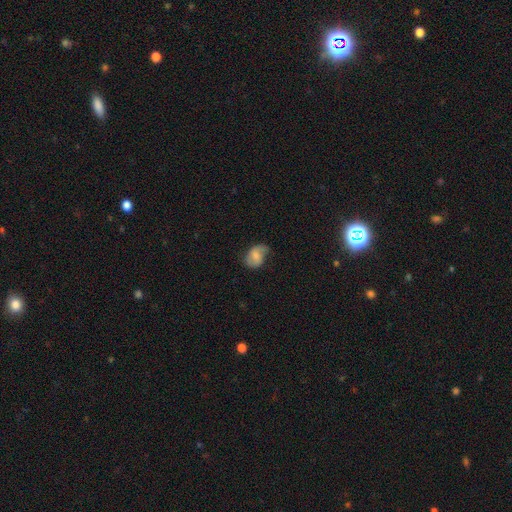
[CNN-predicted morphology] Smooth or featured: smooth — 59% (featured or disk — 33%)
How rounded: in between — 76% (round — 23%)
Merging: none — 53% (minor disturbance — 33%)